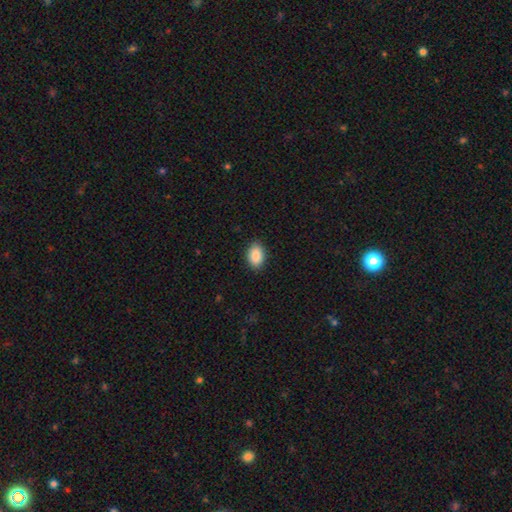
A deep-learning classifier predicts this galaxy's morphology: Smooth or featured? smooth (89%)
How rounded? in between (90%)
Merging? none (89%)